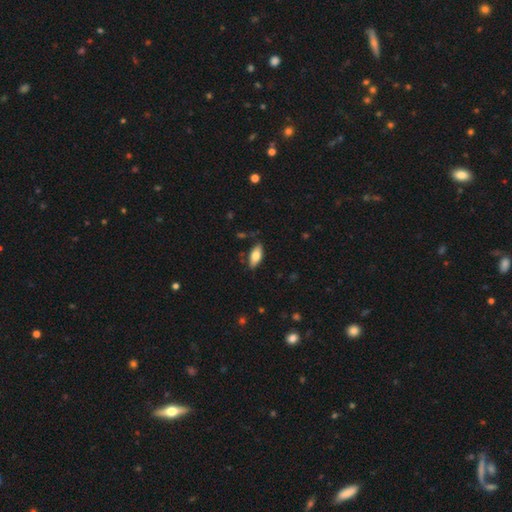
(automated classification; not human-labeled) Smooth or featured?
  - smooth: 75% *
  - featured or disk: 19%
  - star or artifact: 6%
How rounded?
  - in between: 83% *
  - cigar-shaped: 14%
  - round: 2%
Merging?
  - none: 84% *
  - minor disturbance: 12%
  - major disturbance: 2%
  - merger: 2%